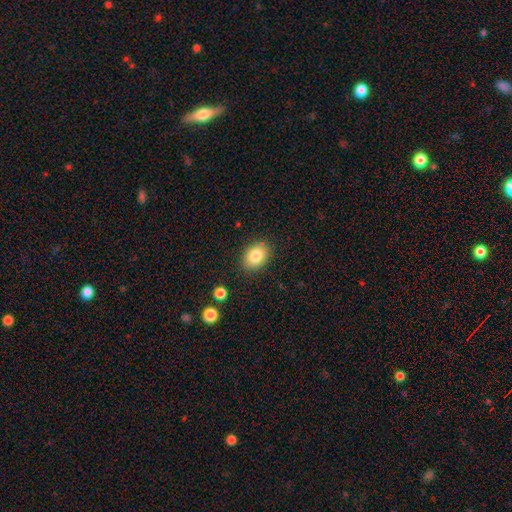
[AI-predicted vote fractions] Smooth or featured: smooth — 84% (star or artifact — 8%)
How rounded: in between — 72% (round — 27%)
Merging: none — 87% (minor disturbance — 9%)